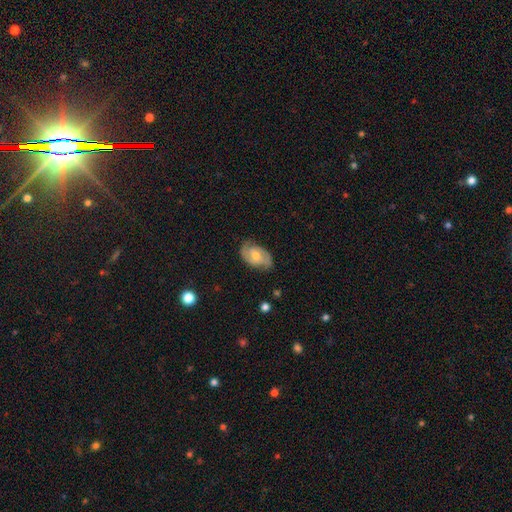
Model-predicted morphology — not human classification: smooth_or_featured: featured or disk (p=0.69) [alt: smooth p=0.25]
disk_edge_on: no (p=0.96) [alt: yes p=0.04]
bar: no (p=0.47) [alt: weak p=0.43]
has_spiral_arms: yes (p=0.88) [alt: no p=0.12]
spiral_winding: medium (p=0.46) [alt: tight p=0.35]
spiral_arm_count: 2 (p=0.83) [alt: can't tell p=0.10]
bulge_size: moderate (p=0.61) [alt: small p=0.33]
merging: none (p=0.72) [alt: minor disturbance p=0.21]